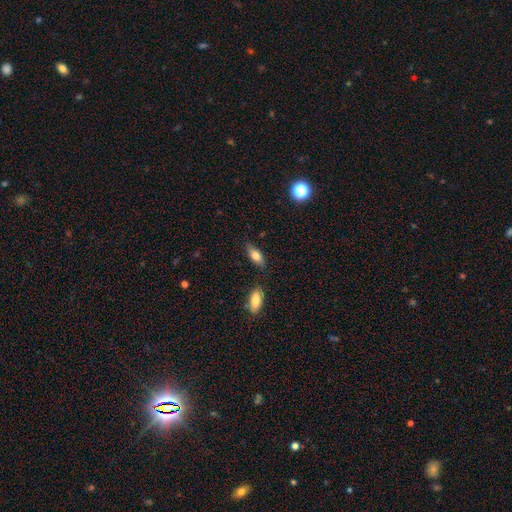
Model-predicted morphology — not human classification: A smooth galaxy with no disk features (73%) that is in between round and cigar-shaped (76%).

Vote fractions:
- Smooth or featured? smooth: 73% / featured or disk: 19% / star or artifact: 7%
- How rounded? in between: 76% / cigar-shaped: 21% / round: 3%
- Merging? none: 79% / minor disturbance: 14% / merger: 4% / major disturbance: 3%